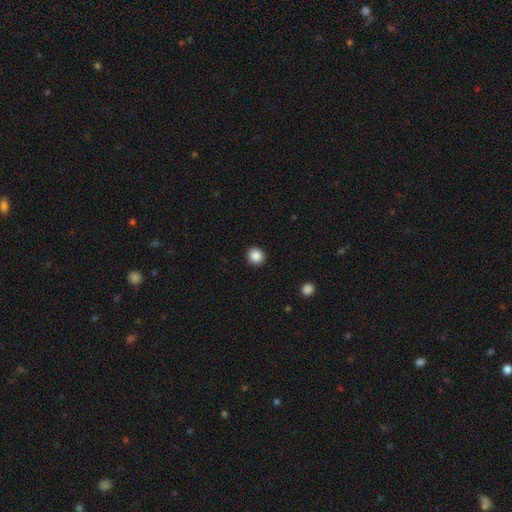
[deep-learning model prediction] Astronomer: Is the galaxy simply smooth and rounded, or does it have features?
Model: smooth — 87%.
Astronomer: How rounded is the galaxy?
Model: round — 91%.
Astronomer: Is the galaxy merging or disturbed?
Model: none — 92%.